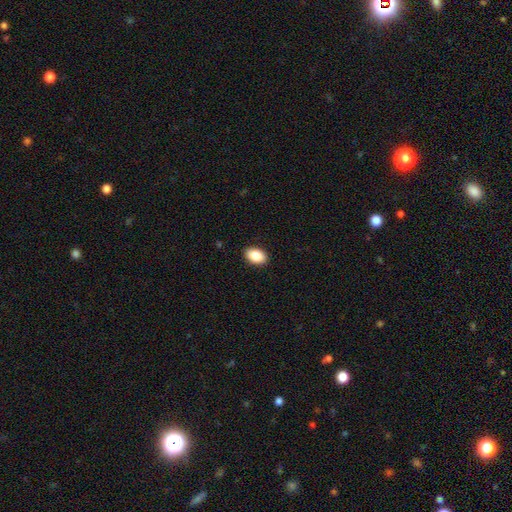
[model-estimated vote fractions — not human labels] A smooth galaxy with no disk features (87%) that is in between round and cigar-shaped (88%). Merging: none (90%).